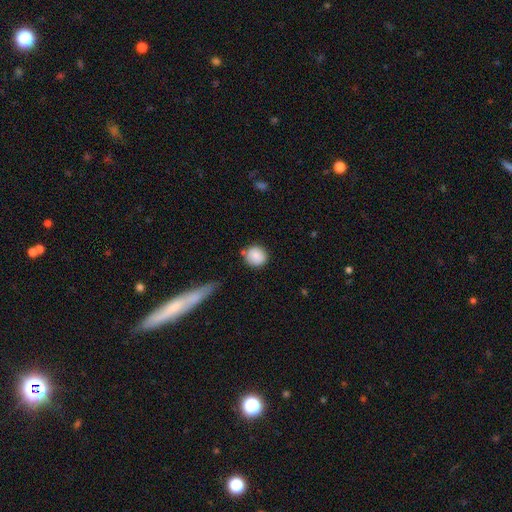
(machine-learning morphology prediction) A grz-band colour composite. It shows a smooth galaxy with no disk features (85%) that is round (88%). Merging: none (77%).